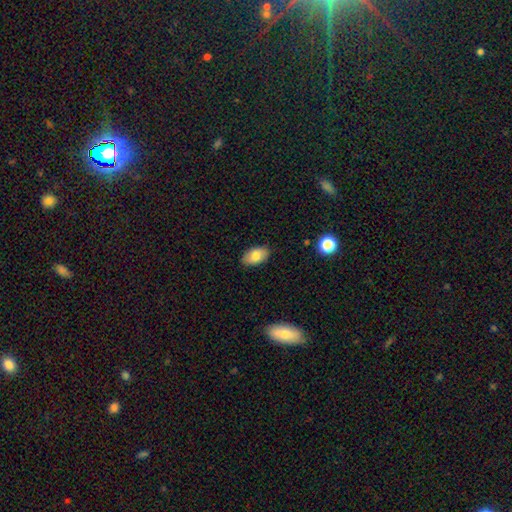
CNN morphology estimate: Smooth or featured? Predicted: smooth (p=0.80). How rounded? Predicted: in between (p=0.93). Merging? Predicted: none (p=0.87).